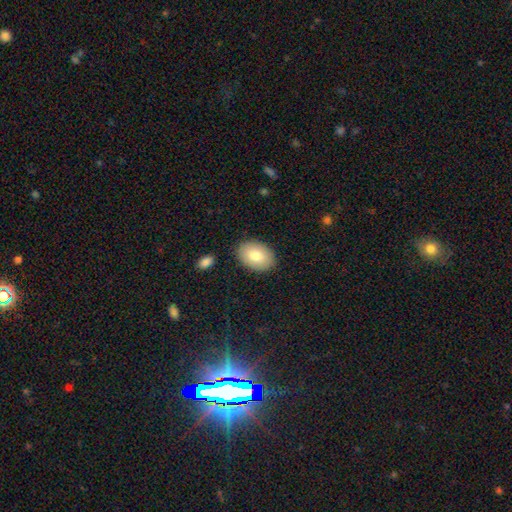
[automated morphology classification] type=smooth (80%); roundness=in between (89%); merging=none (87%).